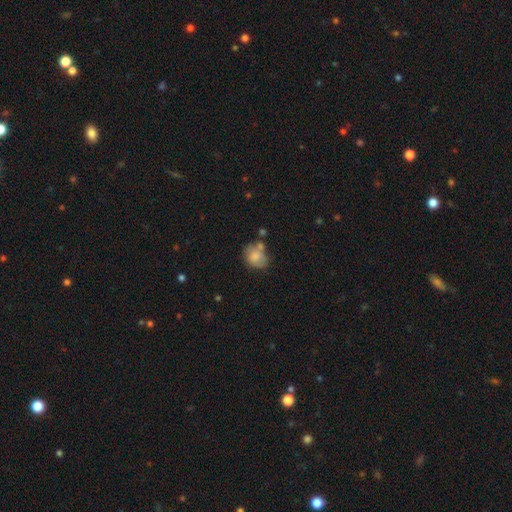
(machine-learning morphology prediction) Overall: smooth (76%). How rounded: round (51%; in between 48%). Merging: none (45%; minor disturbance 24%).